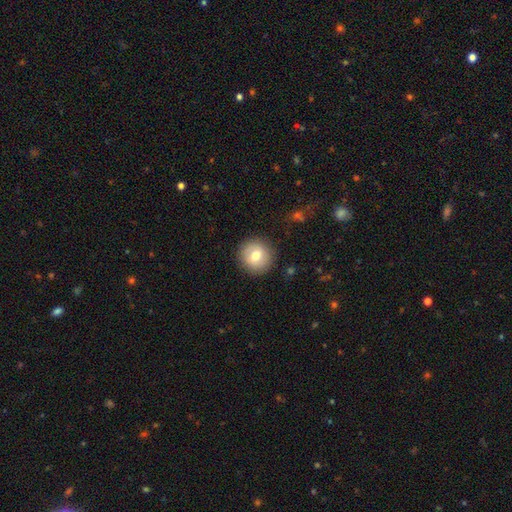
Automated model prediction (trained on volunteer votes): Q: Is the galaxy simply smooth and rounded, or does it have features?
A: smooth — 74%.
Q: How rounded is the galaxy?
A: round — 93%.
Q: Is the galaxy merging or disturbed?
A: none — 89%.